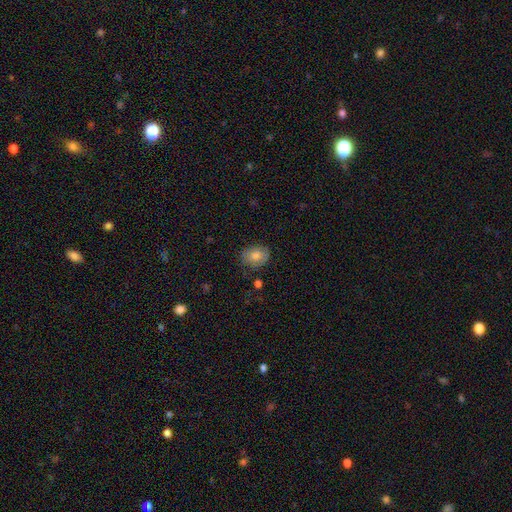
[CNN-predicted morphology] smooth_or_featured: smooth (p=0.77) [alt: featured or disk p=0.13]
how_rounded: in between (p=0.53) [alt: round p=0.46]
merging: none (p=0.80) [alt: minor disturbance p=0.15]